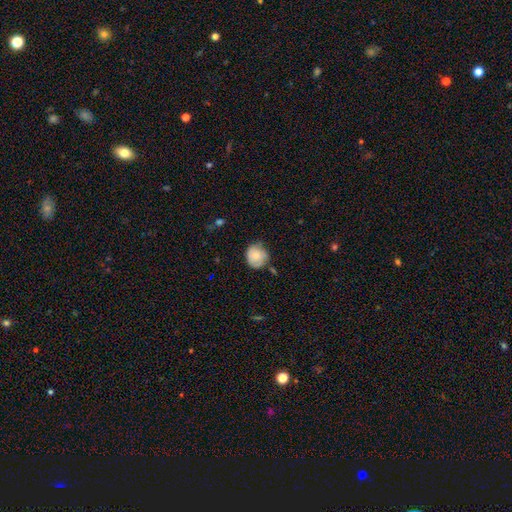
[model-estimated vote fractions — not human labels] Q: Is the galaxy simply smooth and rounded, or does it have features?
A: smooth — 75%.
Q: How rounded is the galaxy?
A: round — 79%.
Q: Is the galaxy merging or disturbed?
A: none — 59%.